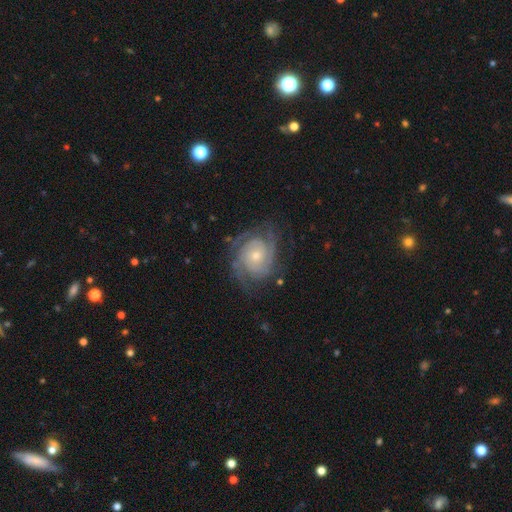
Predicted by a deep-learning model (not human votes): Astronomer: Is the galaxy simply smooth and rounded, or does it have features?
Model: featured or disk — 87%.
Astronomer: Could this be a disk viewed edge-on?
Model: no — 98%.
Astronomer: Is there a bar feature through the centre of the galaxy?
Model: no — 77%.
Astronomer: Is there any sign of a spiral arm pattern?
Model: yes — 96%.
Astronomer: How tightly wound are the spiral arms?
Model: tight — 69%.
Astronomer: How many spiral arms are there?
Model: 2 — 30% (runner-up: 3, 26%).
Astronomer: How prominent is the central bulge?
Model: small — 59% (runner-up: moderate, 36%).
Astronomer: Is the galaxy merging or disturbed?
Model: none — 71%.